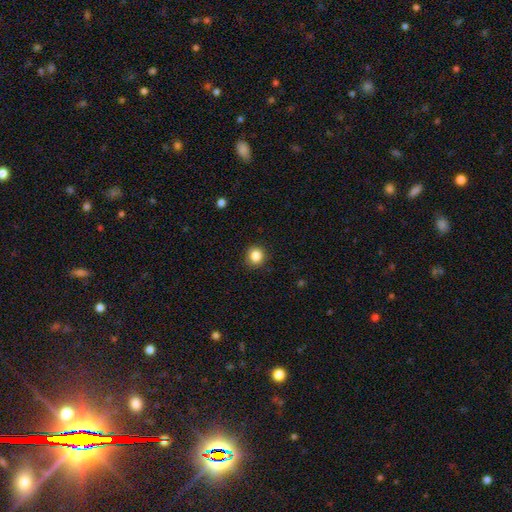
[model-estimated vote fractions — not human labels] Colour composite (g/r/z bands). It shows a smooth galaxy with no disk features (85%) that is round (90%). Merging: none (90%).